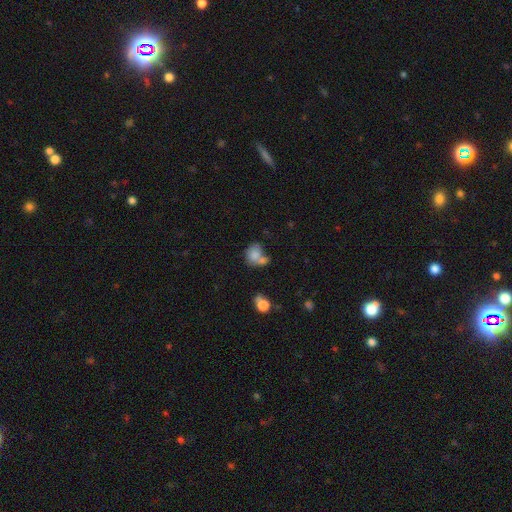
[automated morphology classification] Smooth or featured?
  - smooth: 75% *
  - featured or disk: 15%
  - star or artifact: 10%
How rounded?
  - in between: 51% *
  - round: 48%
  - cigar-shaped: 1%
Merging?
  - merger: 45% *
  - none: 31%
  - minor disturbance: 15%
  - major disturbance: 10%